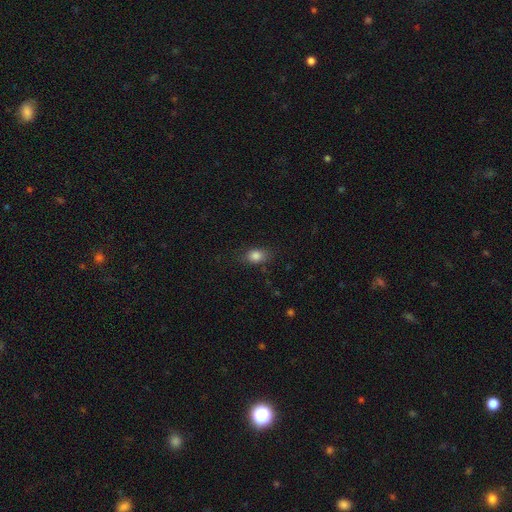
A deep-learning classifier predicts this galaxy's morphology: The model was most divided on "how rounded": in between: 75%, round: 22%, cigar-shaped: 3%. More confident: smooth or featured — smooth (84%); merging — none (78%).